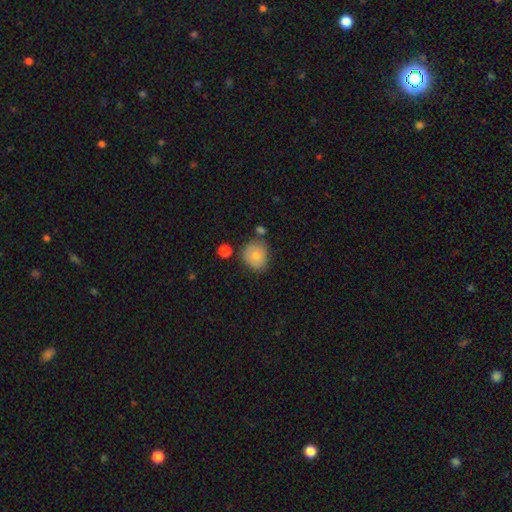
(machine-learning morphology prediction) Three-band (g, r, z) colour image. It shows a smooth galaxy with no disk features (76%) that is round (76%). Merging: none (68%).